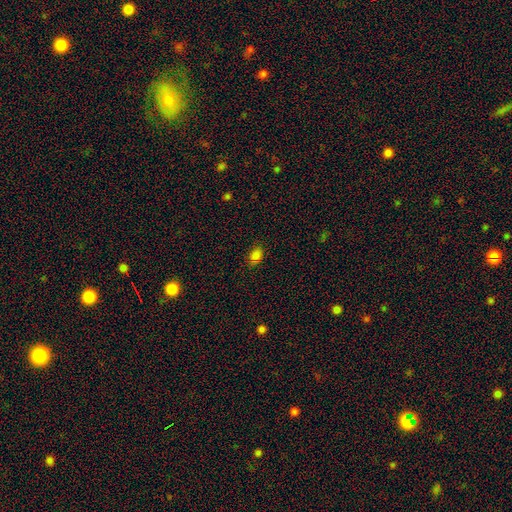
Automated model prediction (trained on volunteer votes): The model was most divided on "how rounded": in between: 80%, round: 18%, cigar-shaped: 1%. More confident: merging — none (80%); smooth or featured — smooth (80%).